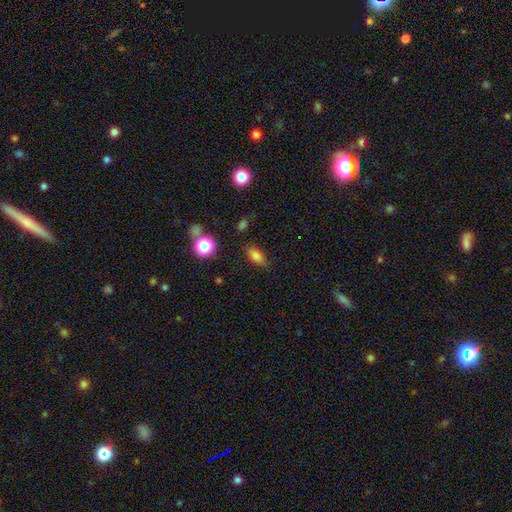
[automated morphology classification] This appears to be a smooth galaxy with no disk features (78%) that is in between round and cigar-shaped (81%). Merging: none (76%).